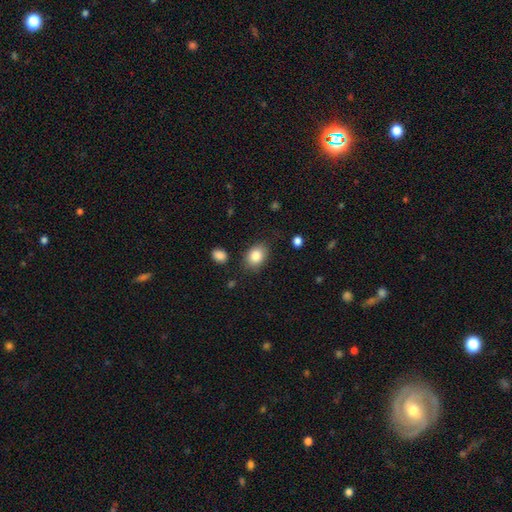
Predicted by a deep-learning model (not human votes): Smooth or featured? Predicted: smooth (p=0.84). How rounded? Predicted: in between (p=0.69). Merging? Predicted: none (p=0.79).